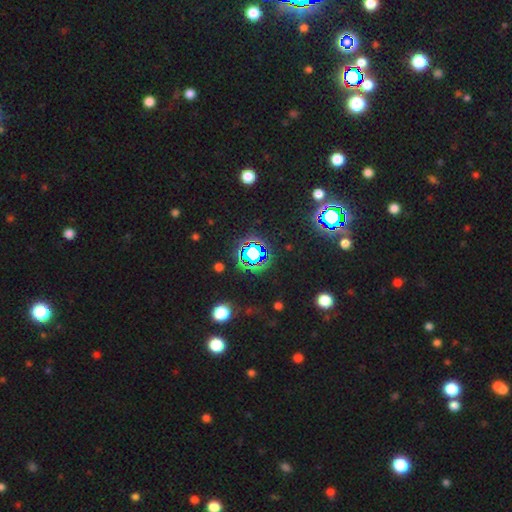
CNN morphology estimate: Smooth or featured?
  - star or artifact: 76% *
  - smooth: 13%
  - featured or disk: 10%